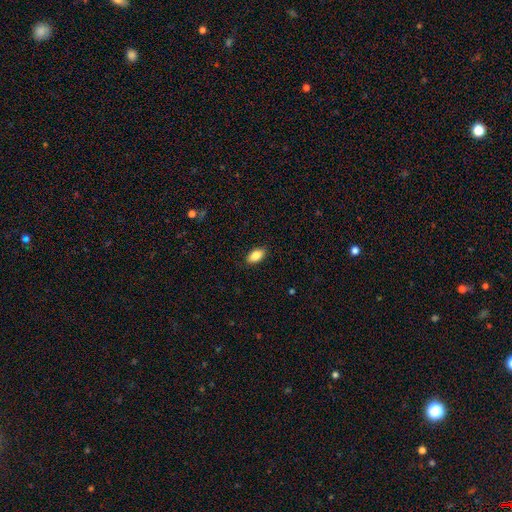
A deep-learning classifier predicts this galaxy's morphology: Q: Smooth or featured?
A: smooth (85%); runner-up: featured or disk (7%)
Q: How rounded?
A: in between (92%); runner-up: round (4%)
Q: Merging?
A: none (89%); runner-up: minor disturbance (8%)